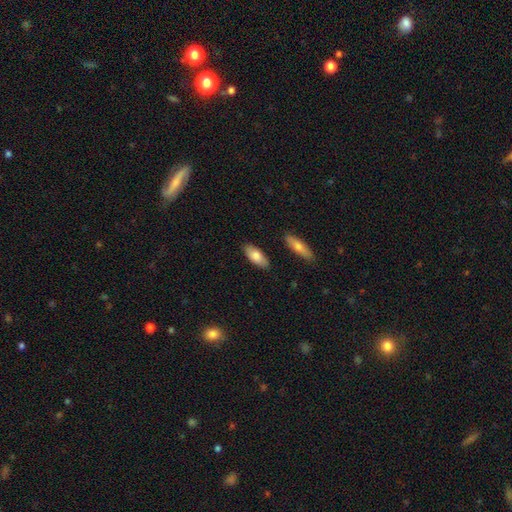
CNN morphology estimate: Smooth or featured? smooth (79%)
How rounded? in between (83%)
Merging? none (86%)